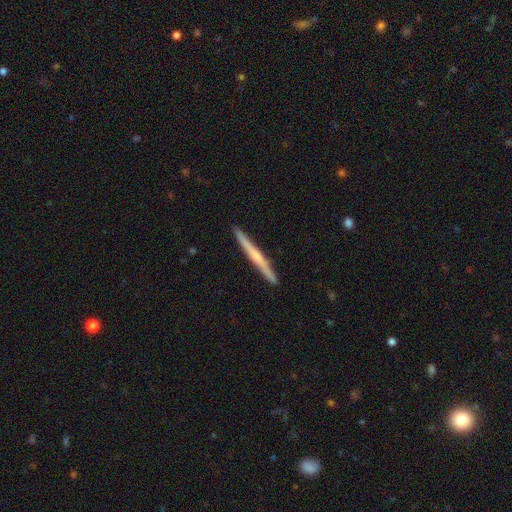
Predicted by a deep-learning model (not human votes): Smooth or featured: featured or disk — 61% (smooth — 34%)
Edge-on disk: yes — 98% (no — 2%)
Edge-on bulge: rounded — 48% (none — 43%)
Merging: none — 92% (minor disturbance — 6%)